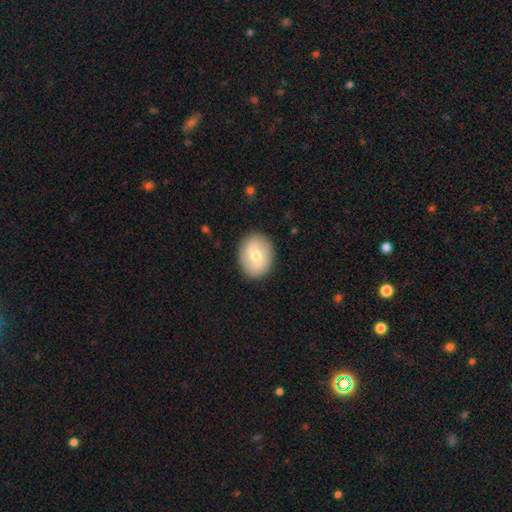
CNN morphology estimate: This appears to be a smooth galaxy with no disk features (56%) that is round (53%). Merging: none (87%).